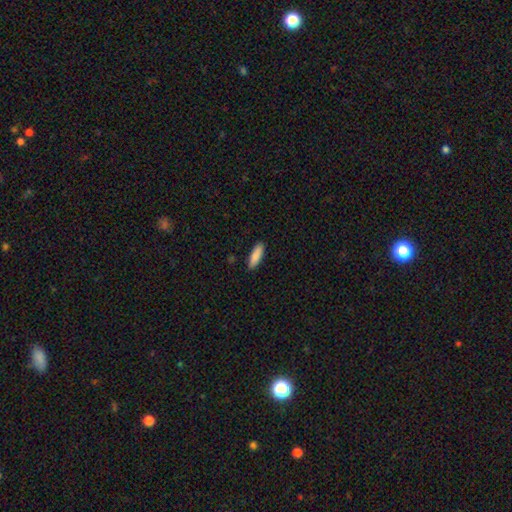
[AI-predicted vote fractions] Smooth or featured? Predicted: smooth (p=0.88). How rounded? Predicted: in between (p=0.50). Merging? Predicted: none (p=0.88).